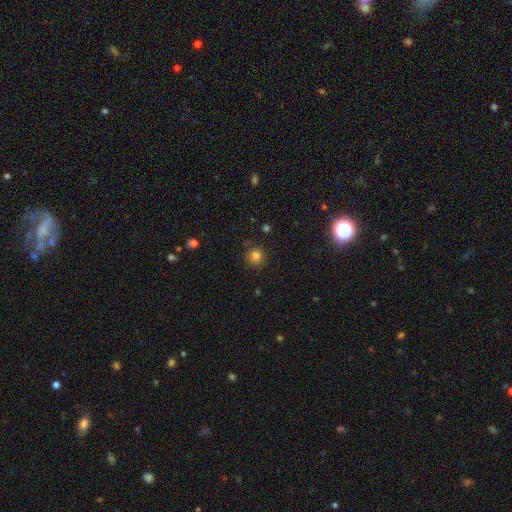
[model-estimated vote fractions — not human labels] A smooth galaxy with no disk features (80%) that is round (93%). Merging: none (86%).